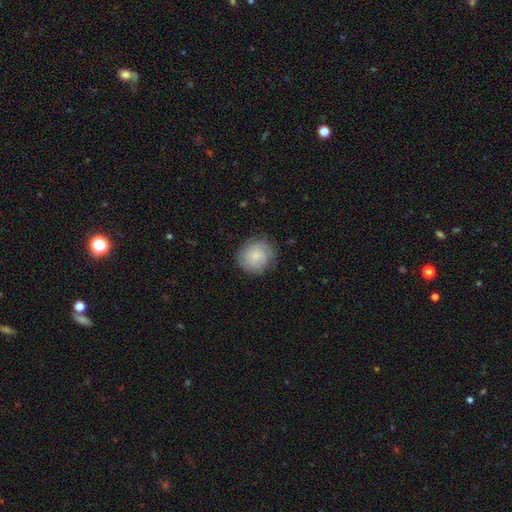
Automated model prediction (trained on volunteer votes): A smooth galaxy with no disk features (66%) that is round (89%).

Vote fractions:
- Smooth or featured? smooth: 66% / featured or disk: 26% / star or artifact: 8%
- How rounded? round: 89% / in between: 10% / cigar-shaped: 1%
- Merging? none: 80% / minor disturbance: 15% / major disturbance: 4% / merger: 1%